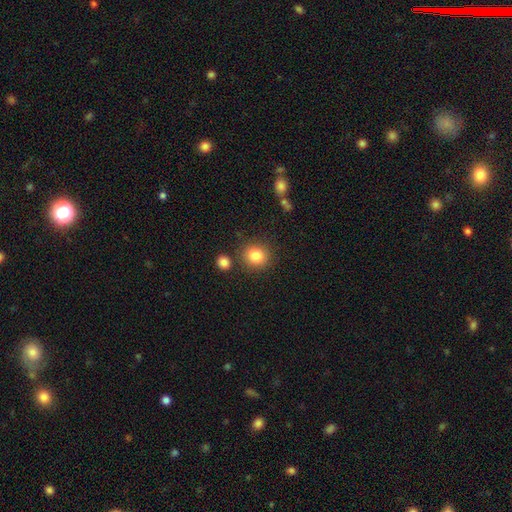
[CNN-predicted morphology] Smooth or featured? smooth (84%)
How rounded? round (86%)
Merging? none (82%)